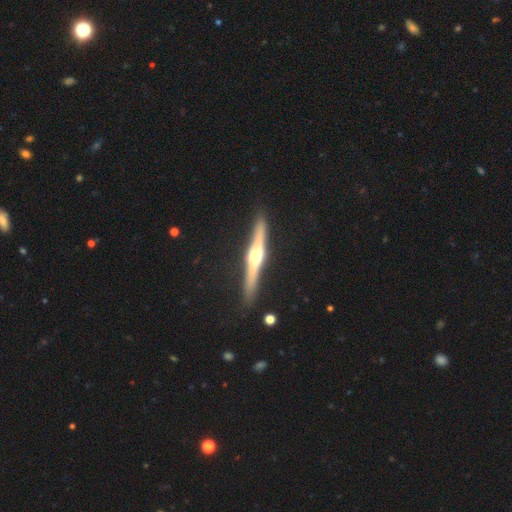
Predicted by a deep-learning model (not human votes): Smooth or featured? featured or disk (78%)
Edge-on disk? yes (98%)
Edge-on bulge? rounded (91%)
Merging? none (89%)